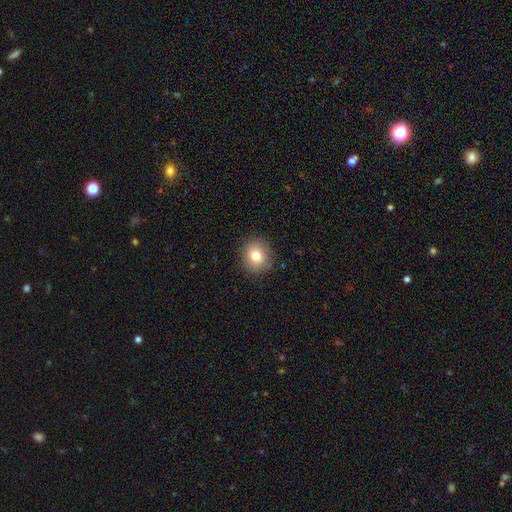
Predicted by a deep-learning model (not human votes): smooth 78%, star or artifact 11%, featured or disk 11%. Down the decision tree: how rounded — round (85%); merging — none (89%).